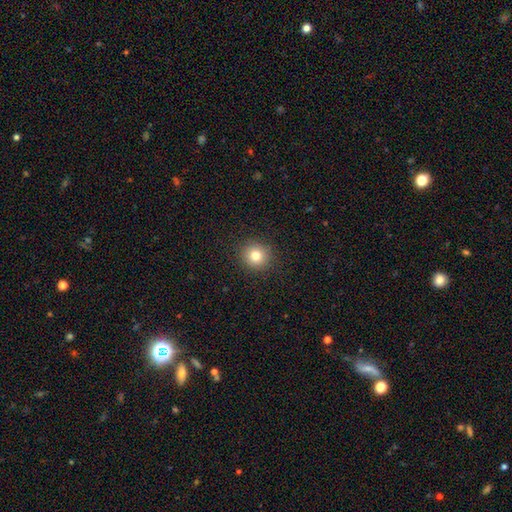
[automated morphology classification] smooth-or-featured: smooth: 80% | star or artifact: 12% | featured or disk: 8%
  how-rounded: round: 94% | in between: 5% | cigar-shaped: 1%
  merging: none: 91% | minor disturbance: 5% | major disturbance: 2% | merger: 1%